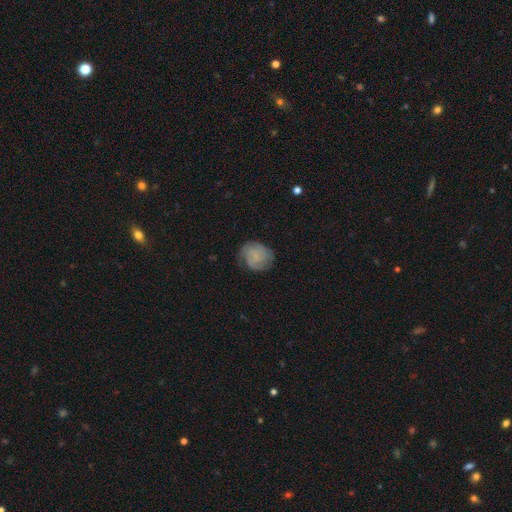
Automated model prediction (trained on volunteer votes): Smooth or featured? smooth (50%)
Merging? none (67%)